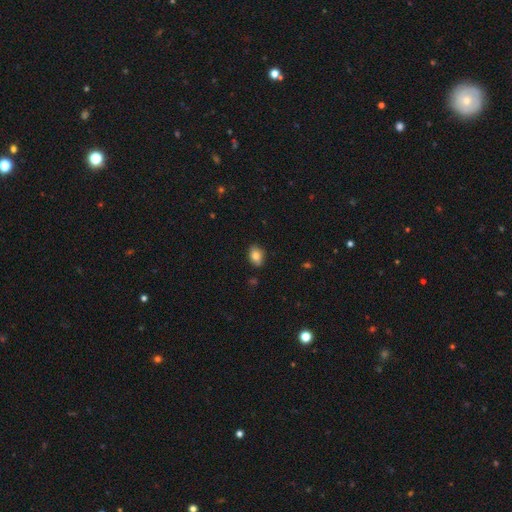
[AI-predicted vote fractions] Smooth or featured?
  - smooth: 84% *
  - star or artifact: 9%
  - featured or disk: 7%
How rounded?
  - in between: 77% *
  - round: 22%
  - cigar-shaped: 1%
Merging?
  - none: 85% *
  - minor disturbance: 12%
  - major disturbance: 2%
  - merger: 1%